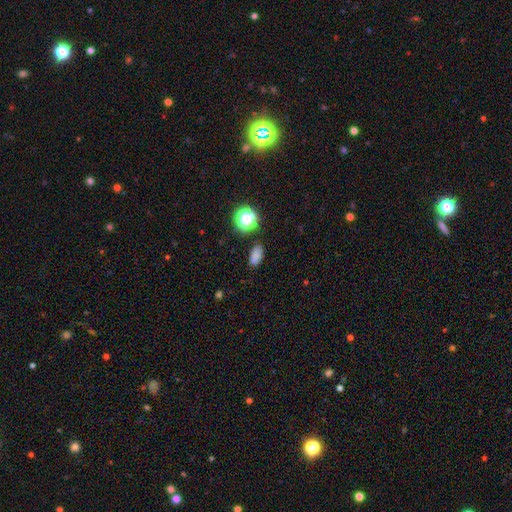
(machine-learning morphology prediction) Smooth or featured? smooth (76%)
How rounded? in between (86%)
Merging? none (82%)